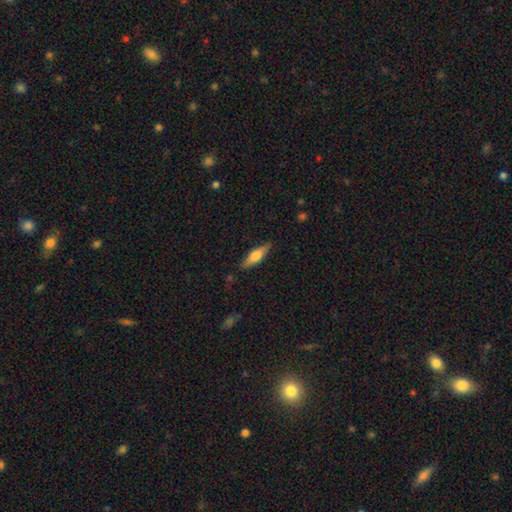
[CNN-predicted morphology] Smooth or featured: smooth — 49% (featured or disk — 45%)
Merging: none — 87% (minor disturbance — 10%)